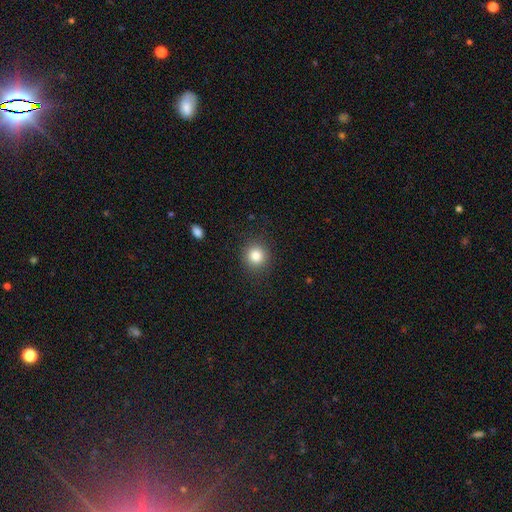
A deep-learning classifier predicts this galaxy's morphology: Smooth or featured: smooth — 83% (star or artifact — 11%)
How rounded: round — 90% (in between — 9%)
Merging: none — 89% (minor disturbance — 7%)